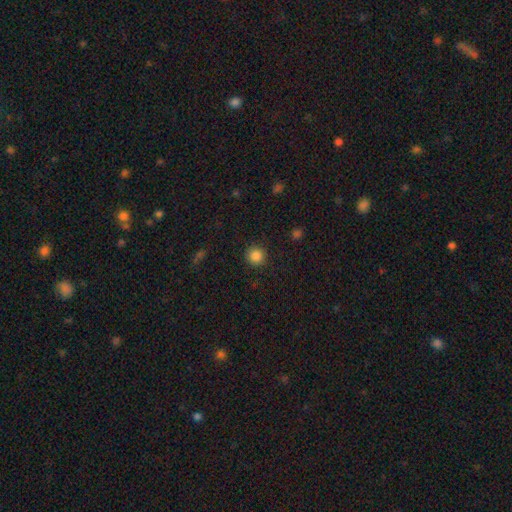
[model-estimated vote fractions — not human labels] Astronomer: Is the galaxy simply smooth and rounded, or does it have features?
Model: smooth — 86%.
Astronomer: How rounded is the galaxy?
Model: round — 94%.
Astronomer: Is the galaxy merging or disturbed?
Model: none — 91%.